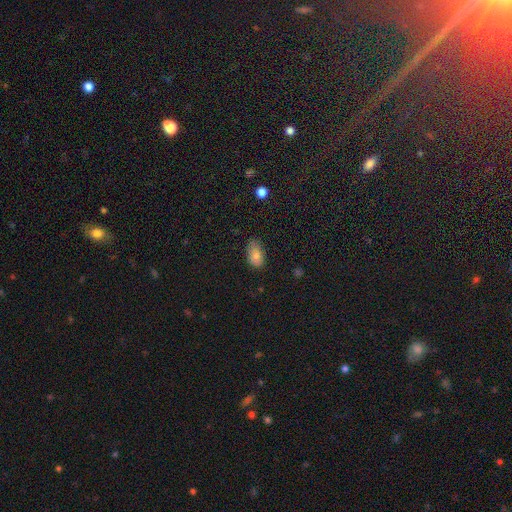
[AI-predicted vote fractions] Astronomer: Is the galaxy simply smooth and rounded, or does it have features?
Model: smooth — 83%.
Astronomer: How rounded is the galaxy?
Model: in between — 91%.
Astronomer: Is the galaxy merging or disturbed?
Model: none — 66%.